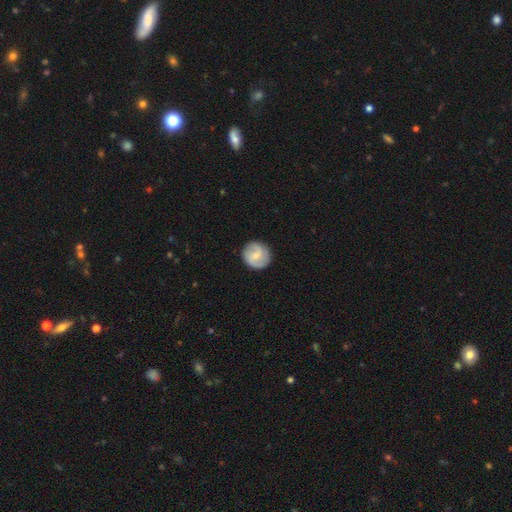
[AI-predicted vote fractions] Smooth or featured? featured or disk (60%)
Edge-on disk? no (98%)
Bar? weak (55%)
Spiral arms? yes (89%)
Spiral winding? medium (45%)
Spiral arm count? 2 (81%)
Bulge size? small (57%)
Merging? none (86%)